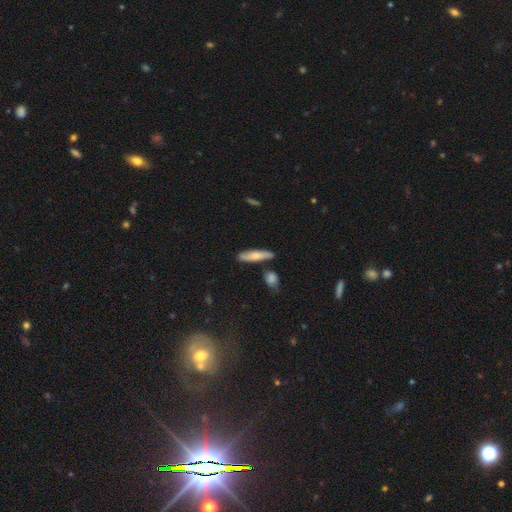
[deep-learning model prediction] This is likely a smooth galaxy (70%). How rounded: likely cigar-shaped (71%). Merging: likely none (77%).